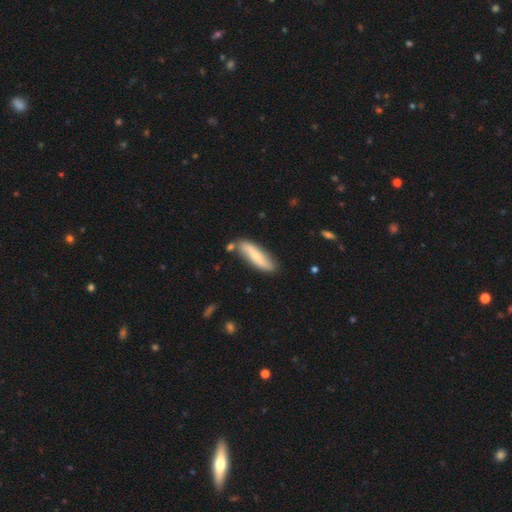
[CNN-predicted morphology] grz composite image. It shows a smooth galaxy with no disk features (55%) that is cigar-shaped (66%). Merging: none (78%).